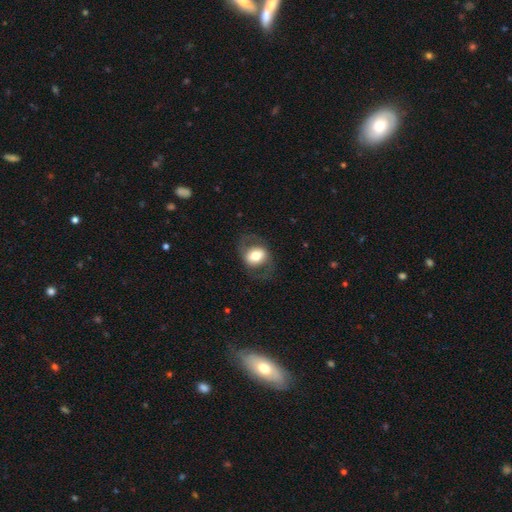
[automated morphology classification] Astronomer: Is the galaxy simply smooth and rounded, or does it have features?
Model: smooth — 48% (runner-up: featured or disk, 45%).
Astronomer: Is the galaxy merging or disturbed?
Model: none — 70%.